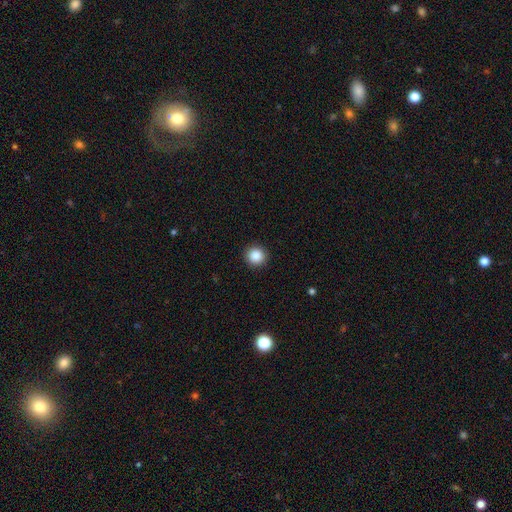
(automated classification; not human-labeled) Overall: smooth (87%). How rounded: round (94%). Merging: none (92%).